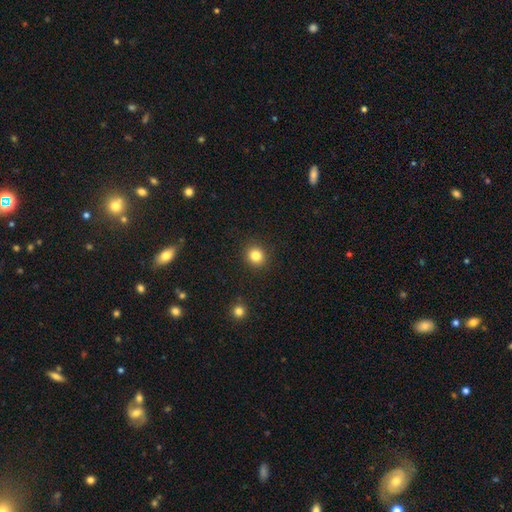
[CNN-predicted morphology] Overall: smooth (83%). How rounded: round (88%). Merging: none (91%).